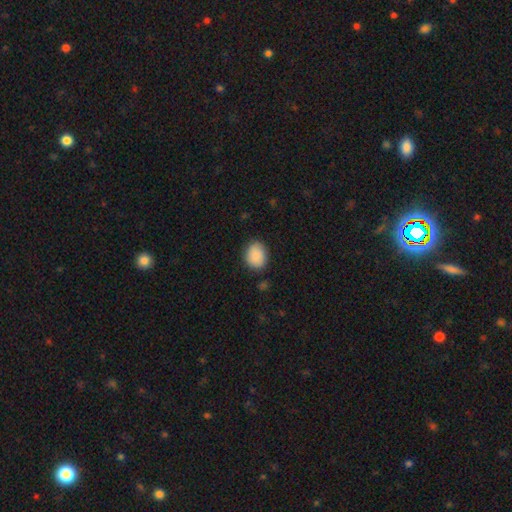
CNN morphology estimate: Smooth or featured? Predicted: smooth (p=0.89). How rounded? Predicted: round (p=0.50). Merging? Predicted: none (p=0.83).